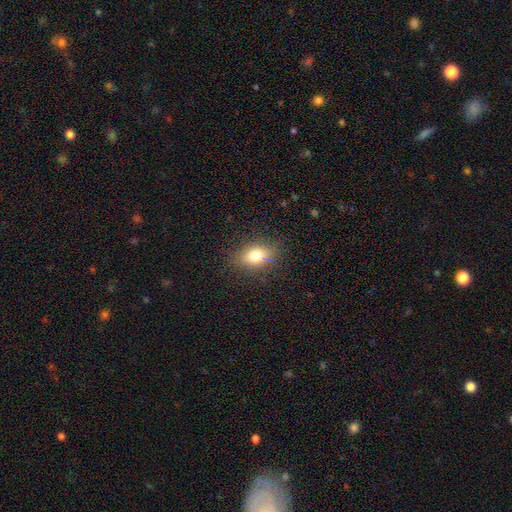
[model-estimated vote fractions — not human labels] This is likely a smooth galaxy (71%). How rounded: likely in between (69%). Merging: clearly none (84%).